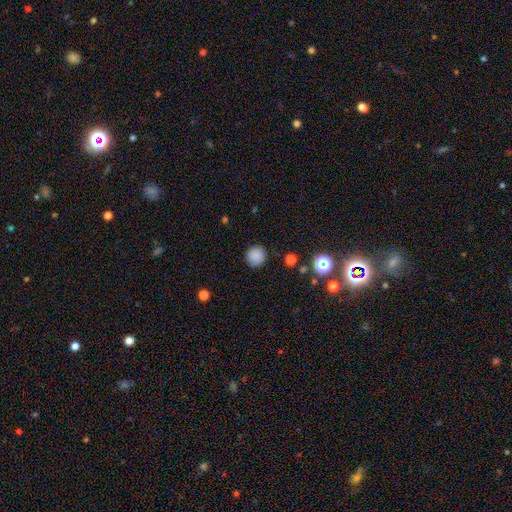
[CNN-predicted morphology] This appears to be a smooth galaxy with no disk features (85%) that is round (92%). Merging: none (87%).